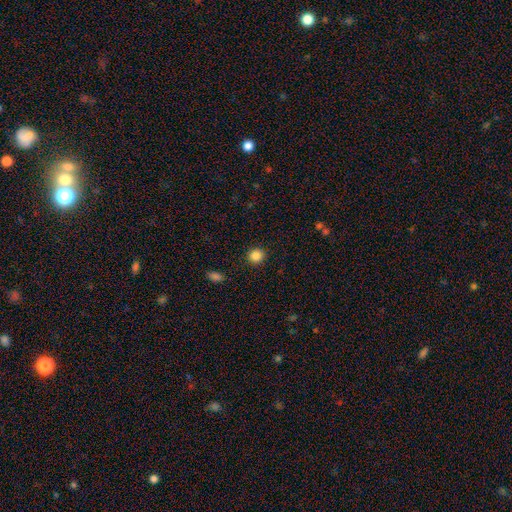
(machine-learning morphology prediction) Q: Smooth or featured?
A: smooth (86%); runner-up: star or artifact (10%)
Q: How rounded?
A: round (90%); runner-up: in between (9%)
Q: Merging?
A: none (92%); runner-up: minor disturbance (5%)